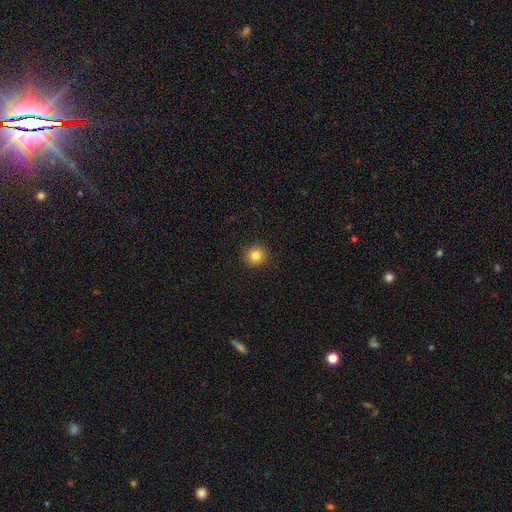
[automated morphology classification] smooth-or-featured: smooth: 84% | star or artifact: 11% | featured or disk: 5%
  how-rounded: round: 94% | in between: 5% | cigar-shaped: 1%
  merging: none: 92% | minor disturbance: 6% | major disturbance: 2% | merger: 1%